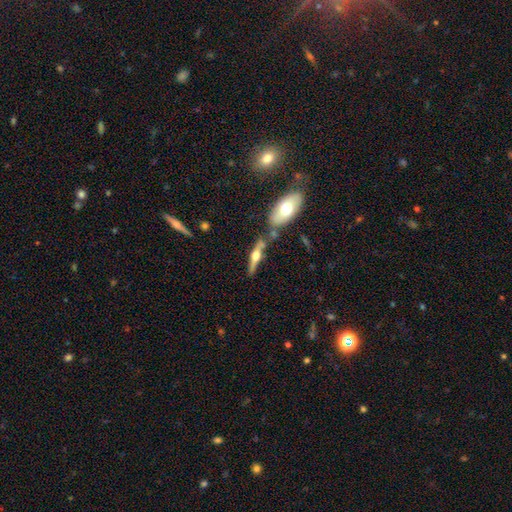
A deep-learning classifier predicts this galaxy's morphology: Smooth or featured? Predicted: featured or disk (p=0.66). Edge-on disk? Predicted: yes (p=0.94). Edge-on bulge? Predicted: rounded (p=0.95). Merging? Predicted: none (p=0.64).